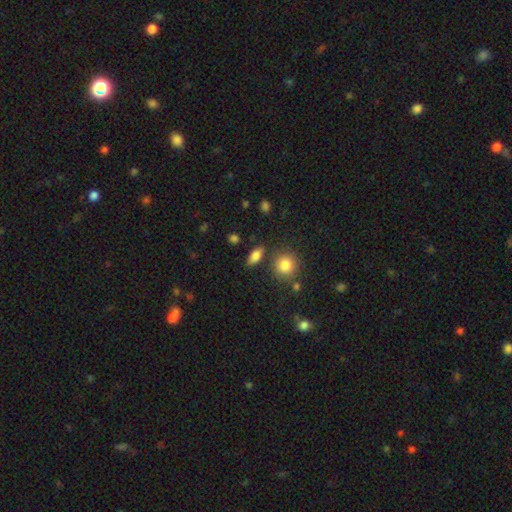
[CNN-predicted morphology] A smooth galaxy with no disk features (80%) that is in between round and cigar-shaped (79%).

Vote fractions:
- Smooth or featured? smooth: 80% / featured or disk: 10% / star or artifact: 9%
- How rounded? in between: 79% / cigar-shaped: 11% / round: 10%
- Merging? none: 80% / minor disturbance: 11% / merger: 6% / major disturbance: 3%